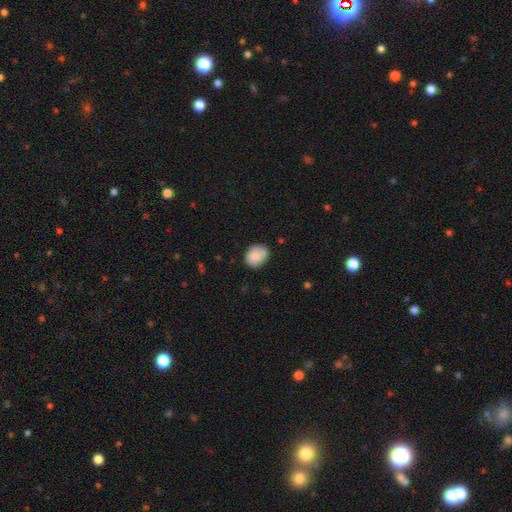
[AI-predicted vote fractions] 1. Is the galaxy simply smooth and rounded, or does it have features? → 80% smooth, 12% featured or disk, 8% star or artifact.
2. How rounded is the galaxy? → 51% round, 48% in between, 1% cigar-shaped.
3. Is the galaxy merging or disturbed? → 68% none, 20% minor disturbance, 9% merger, 4% major disturbance.